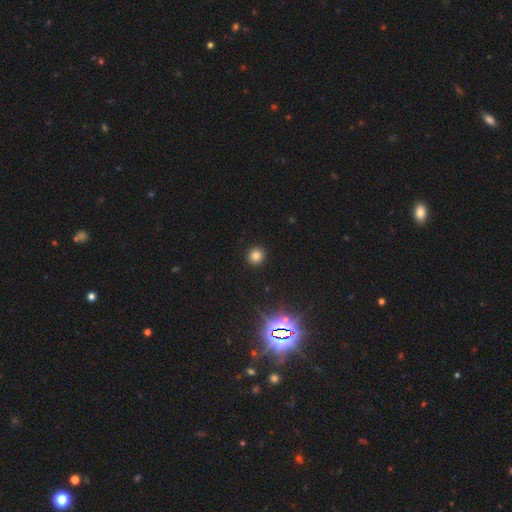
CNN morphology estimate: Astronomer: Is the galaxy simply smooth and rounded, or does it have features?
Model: smooth — 79%.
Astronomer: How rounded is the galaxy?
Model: round — 91%.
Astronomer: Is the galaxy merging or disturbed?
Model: none — 92%.